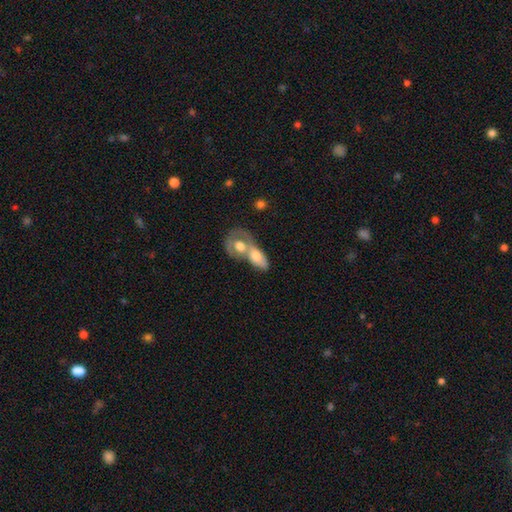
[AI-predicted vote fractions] Q: Smooth or featured?
A: smooth (58%); runner-up: featured or disk (36%)
Q: How rounded?
A: in between (76%); runner-up: round (17%)
Q: Merging?
A: merger (74%); runner-up: none (14%)